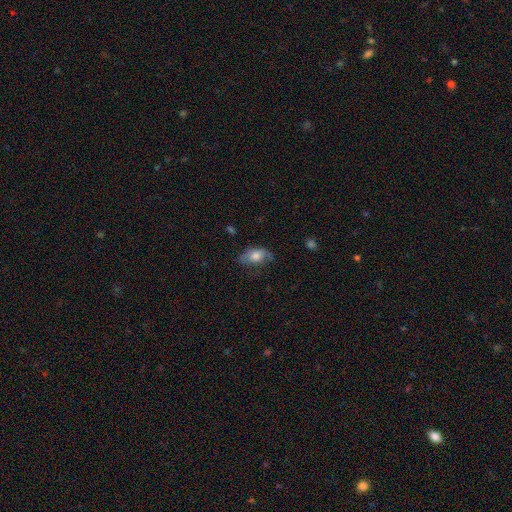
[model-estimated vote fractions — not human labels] A smooth galaxy with no disk features (66%) that is in between round and cigar-shaped (89%).

Vote fractions:
- Smooth or featured? smooth: 66% / featured or disk: 26% / star or artifact: 8%
- How rounded? in between: 89% / round: 8% / cigar-shaped: 3%
- Merging? none: 53% / minor disturbance: 31% / major disturbance: 14% / merger: 2%